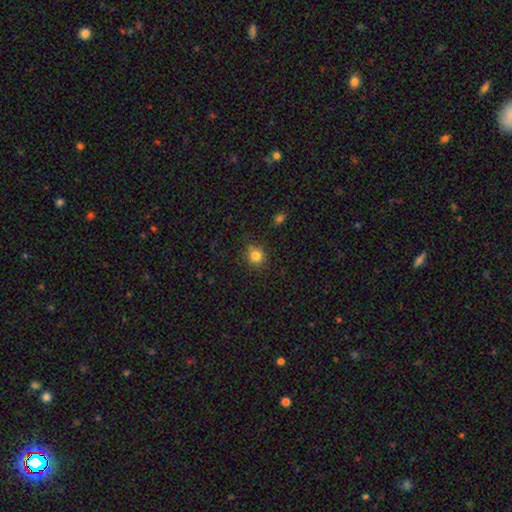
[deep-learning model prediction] Smooth or featured?
  - smooth: 82% *
  - star or artifact: 12%
  - featured or disk: 5%
How rounded?
  - round: 87% *
  - in between: 12%
  - cigar-shaped: 1%
Merging?
  - none: 84% *
  - minor disturbance: 10%
  - merger: 3%
  - major disturbance: 3%